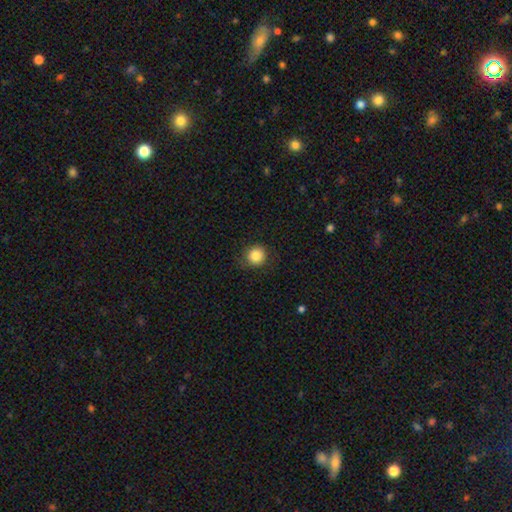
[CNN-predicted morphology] Smooth or featured? Predicted: smooth (p=0.85). How rounded? Predicted: round (p=0.92). Merging? Predicted: none (p=0.85).